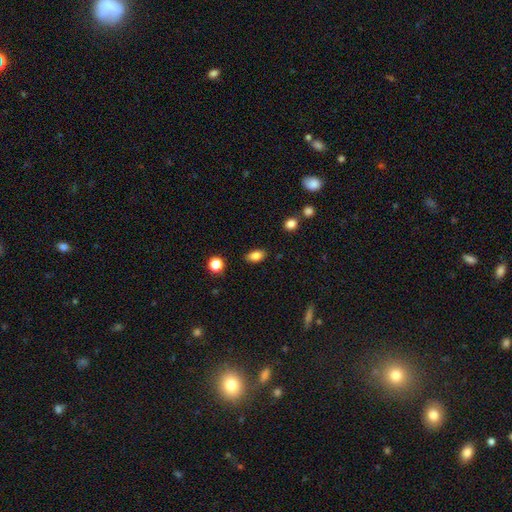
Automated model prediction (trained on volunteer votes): Morphology: type=smooth (84%); roundness=in between (88%); merging=none (86%).